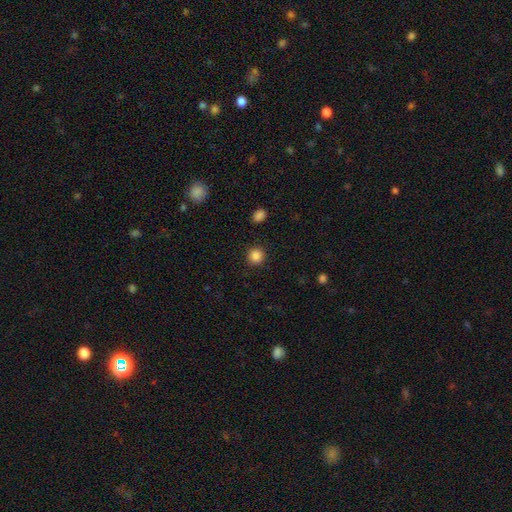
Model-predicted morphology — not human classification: This is clearly a smooth galaxy (86%). How rounded: clearly round (94%). Merging: clearly none (92%).